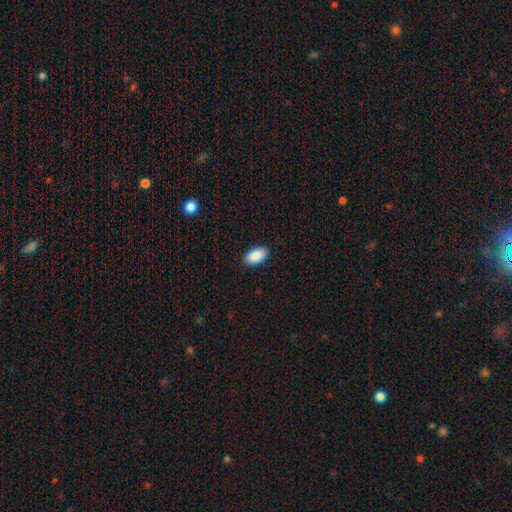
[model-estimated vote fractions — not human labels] smooth_or_featured: smooth (p=0.90) [alt: star or artifact p=0.06]
how_rounded: in between (p=0.94) [alt: cigar-shaped p=0.03]
merging: none (p=0.89) [alt: minor disturbance p=0.08]